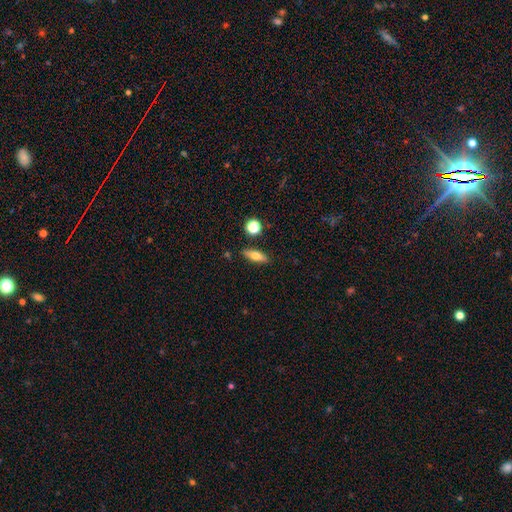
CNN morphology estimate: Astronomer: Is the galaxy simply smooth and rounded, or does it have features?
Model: smooth — 69%.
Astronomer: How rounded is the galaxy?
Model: in between — 59% (runner-up: cigar-shaped, 35%).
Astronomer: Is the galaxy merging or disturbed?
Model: none — 85%.